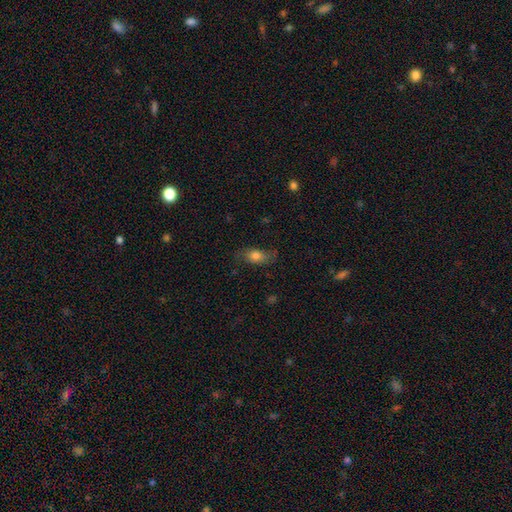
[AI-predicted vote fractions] The model was most divided on "merging": none: 68%, minor disturbance: 22%, major disturbance: 8%, merger: 2%. More confident: how rounded — in between (82%); smooth or featured — smooth (75%).